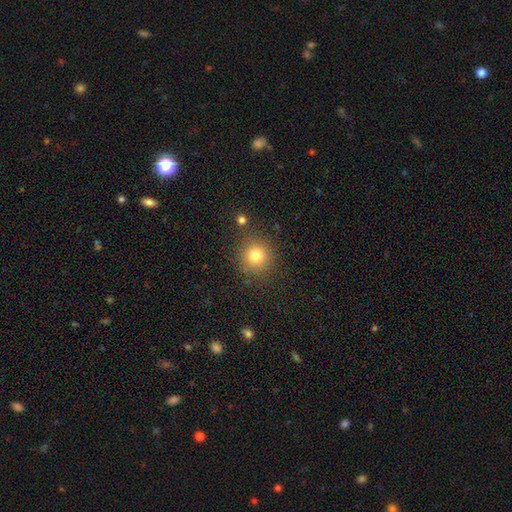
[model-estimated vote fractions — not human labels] This appears to be a smooth galaxy with no disk features (79%) that is round (92%). Merging: none (84%).